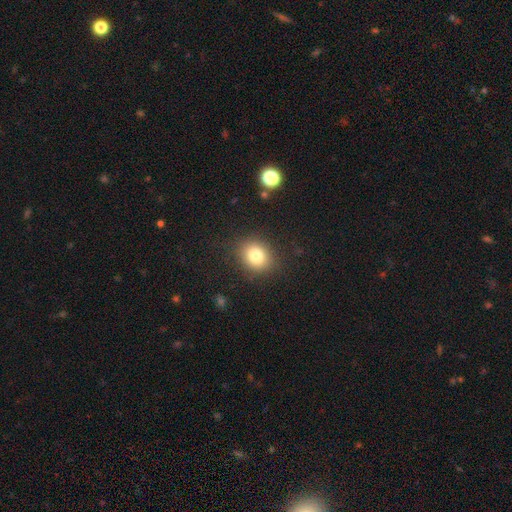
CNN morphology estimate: smooth_or_featured: smooth (p=0.80) [alt: star or artifact p=0.12]
how_rounded: round (p=0.66) [alt: in between p=0.33]
merging: none (p=0.86) [alt: minor disturbance p=0.09]